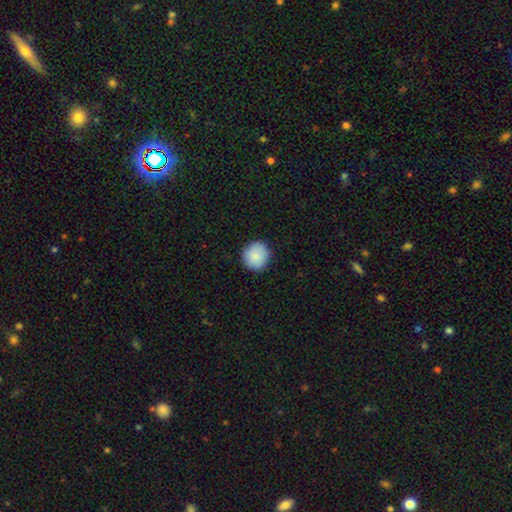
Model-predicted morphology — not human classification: type=smooth (88%); roundness=round (90%); merging=none (89%).